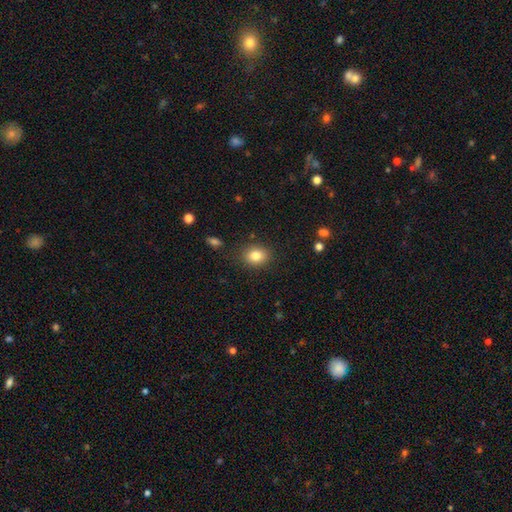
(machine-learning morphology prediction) This appears to be a smooth galaxy with no disk features (83%) that is round (56%). Merging: none (86%).